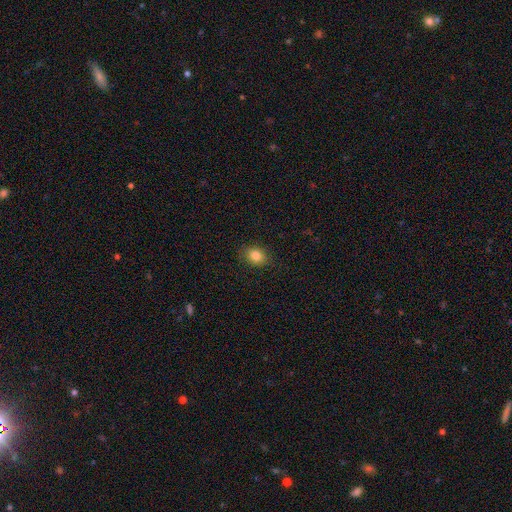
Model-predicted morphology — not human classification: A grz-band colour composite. It shows a smooth galaxy with no disk features (84%) that is in between round and cigar-shaped (57%). Merging: none (87%).